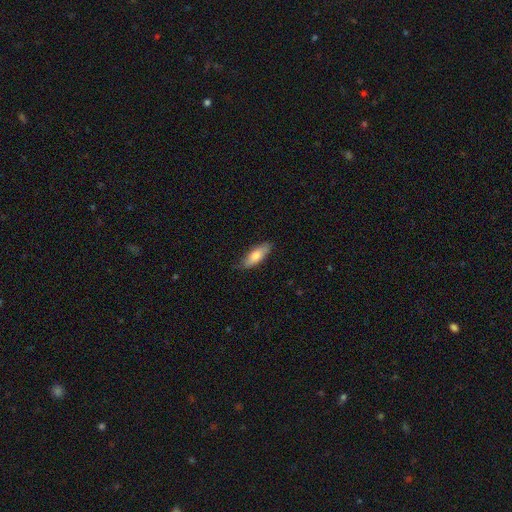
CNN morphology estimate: This appears to be a smooth galaxy with no disk features (76%) that is in between round and cigar-shaped (67%). Merging: none (79%).